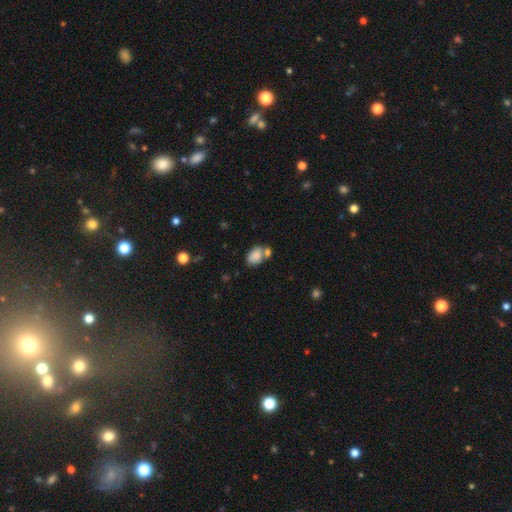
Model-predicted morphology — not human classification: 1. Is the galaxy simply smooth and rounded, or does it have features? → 82% smooth, 9% featured or disk, 8% star or artifact.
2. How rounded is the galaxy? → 84% in between, 14% round, 1% cigar-shaped.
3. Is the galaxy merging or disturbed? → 46% none, 35% merger, 14% minor disturbance, 5% major disturbance.